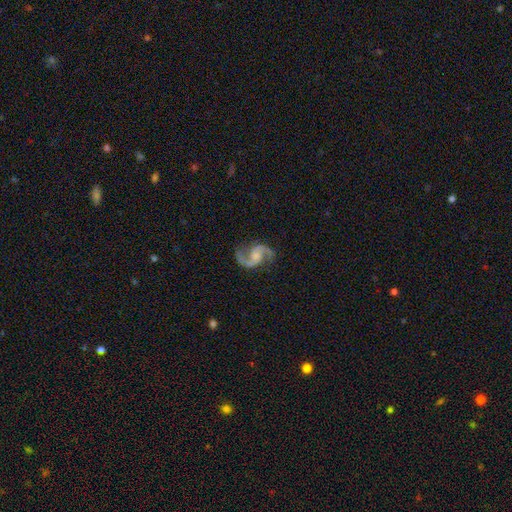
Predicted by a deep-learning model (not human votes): A featured or disk galaxy (92%) with no bar (57%), 2 (94%) medium (50%) spiral arms (98%) and a small central bulge (32%). Merging: none (79%).